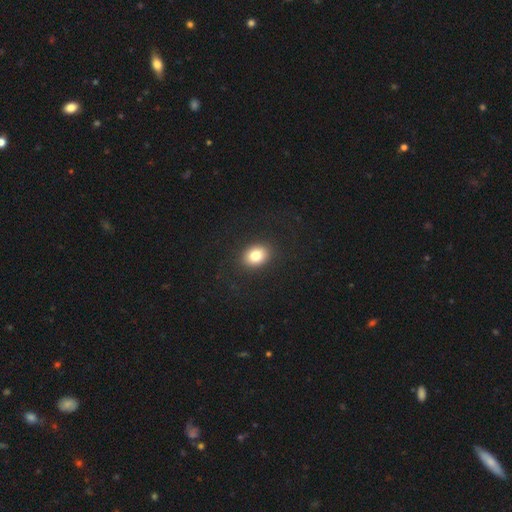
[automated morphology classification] smooth_or_featured: smooth (p=0.81) [alt: star or artifact p=0.10]
how_rounded: in between (p=0.60) [alt: round p=0.39]
merging: none (p=0.89) [alt: minor disturbance p=0.07]